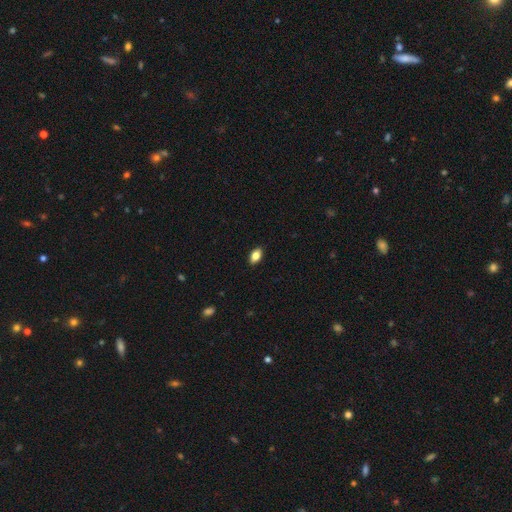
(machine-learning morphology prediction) Smooth or featured? smooth (84%)
How rounded? in between (90%)
Merging? none (89%)